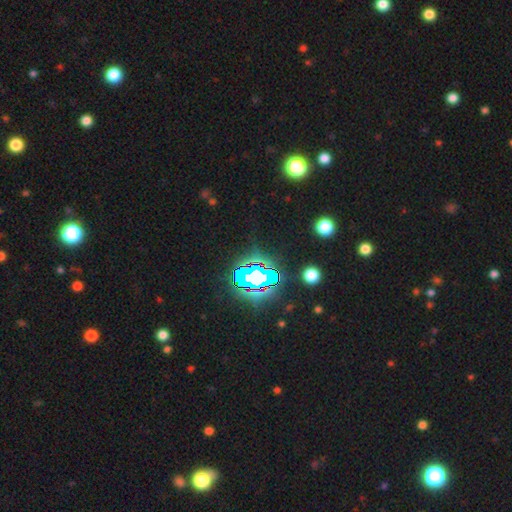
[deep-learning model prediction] Q: Smooth or featured?
A: star or artifact (82%); runner-up: smooth (11%)